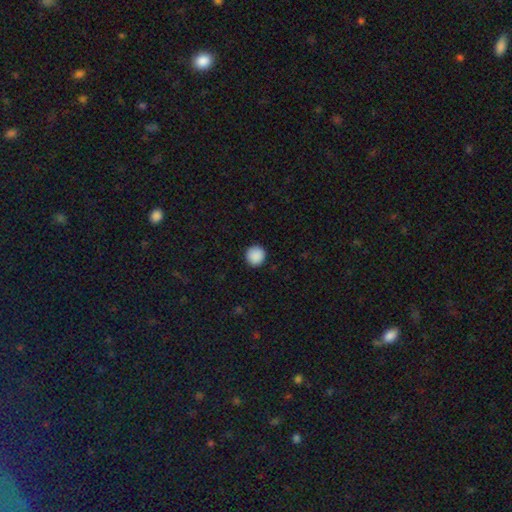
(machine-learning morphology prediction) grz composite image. It shows a smooth galaxy with no disk features (90%) that is round (94%). Merging: none (92%).